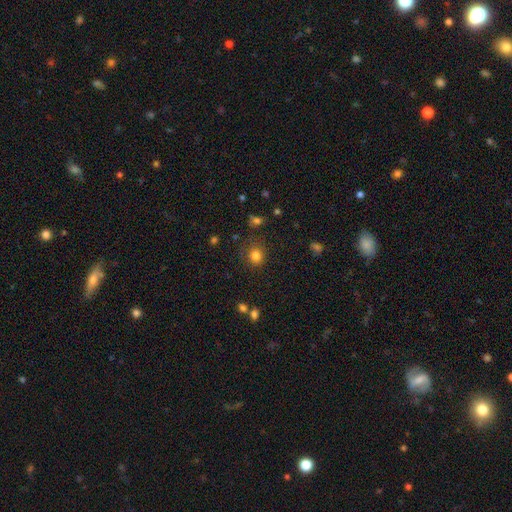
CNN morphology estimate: Smooth or featured? smooth (81%)
How rounded? round (83%)
Merging? none (79%)